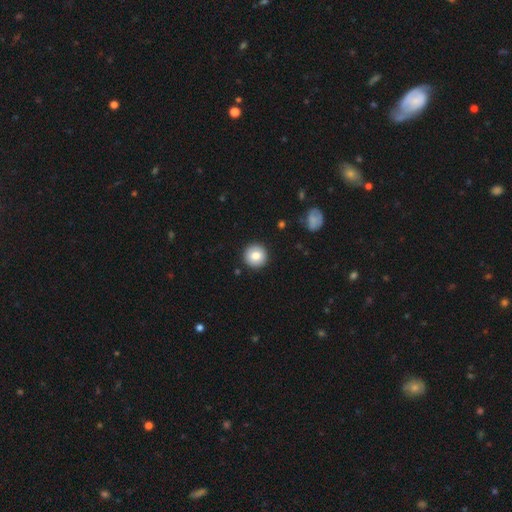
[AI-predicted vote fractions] A smooth galaxy with no disk features (83%) that is round (96%).

Vote fractions:
- Smooth or featured? smooth: 83% / featured or disk: 9% / star or artifact: 8%
- How rounded? round: 96% / in between: 3% / cigar-shaped: 1%
- Merging? none: 92% / minor disturbance: 5% / major disturbance: 2% / merger: 1%